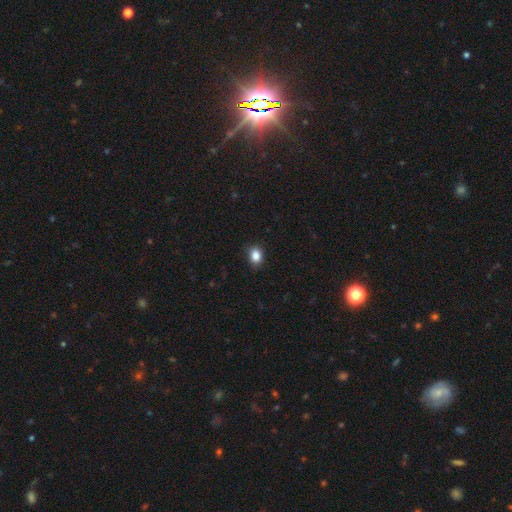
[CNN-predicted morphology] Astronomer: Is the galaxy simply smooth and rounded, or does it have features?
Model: smooth — 86%.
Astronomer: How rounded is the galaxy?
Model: in between — 60% (runner-up: round, 39%).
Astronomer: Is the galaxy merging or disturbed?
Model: none — 86%.